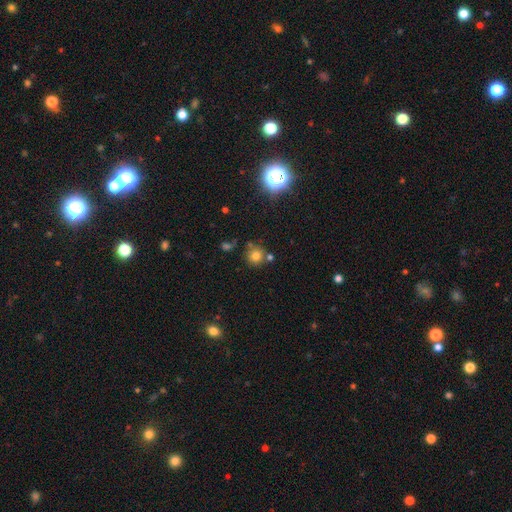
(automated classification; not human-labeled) smooth_or_featured: smooth (p=0.75) [alt: star or artifact p=0.17]
how_rounded: round (p=0.89) [alt: in between p=0.10]
merging: none (p=0.69) [alt: merger p=0.14]